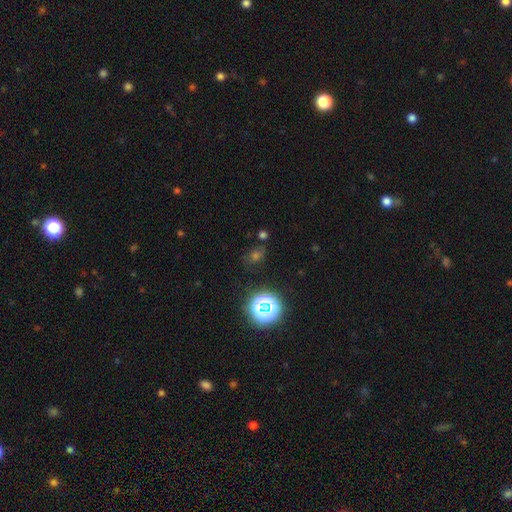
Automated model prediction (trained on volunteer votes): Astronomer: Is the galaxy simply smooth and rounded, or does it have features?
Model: star or artifact — 48% (runner-up: smooth, 40%).